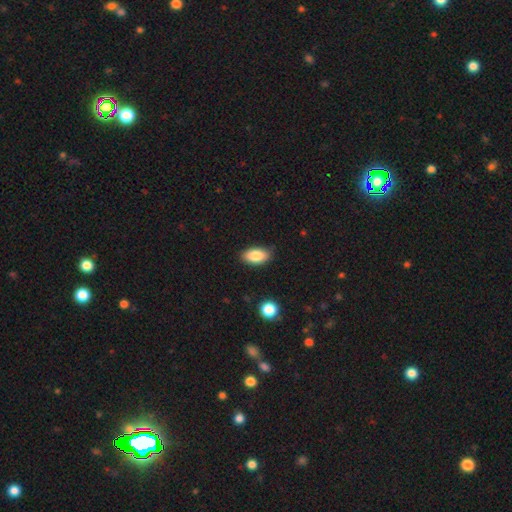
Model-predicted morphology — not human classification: Smooth or featured?
  - smooth: 86% *
  - featured or disk: 7%
  - star or artifact: 7%
How rounded?
  - in between: 93% *
  - round: 4%
  - cigar-shaped: 4%
Merging?
  - none: 85% *
  - minor disturbance: 12%
  - major disturbance: 2%
  - merger: 1%